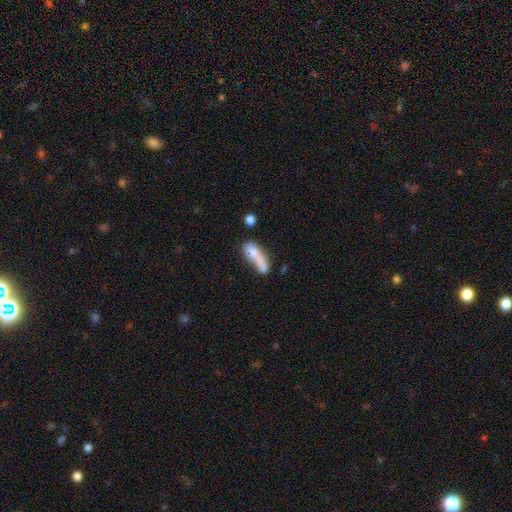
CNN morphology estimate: A smooth galaxy with no disk features (66%) that is cigar-shaped (52%). Merging: merger (41%).